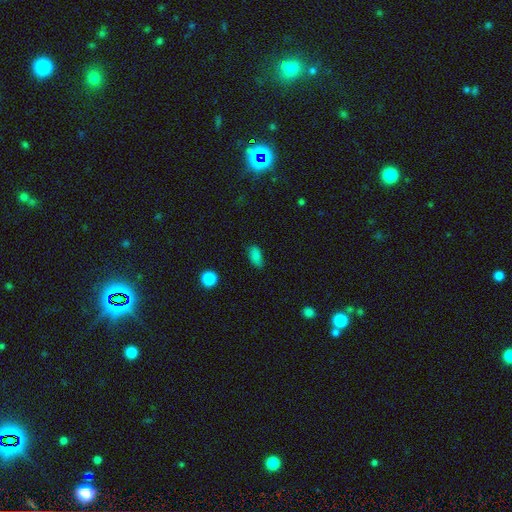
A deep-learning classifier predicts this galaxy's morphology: A smooth galaxy with no disk features (83%) that is in between round and cigar-shaped (89%).

Vote fractions:
- Smooth or featured? smooth: 83% / star or artifact: 12% / featured or disk: 5%
- How rounded? in between: 89% / cigar-shaped: 6% / round: 6%
- Merging? none: 77% / minor disturbance: 17% / major disturbance: 4% / merger: 2%